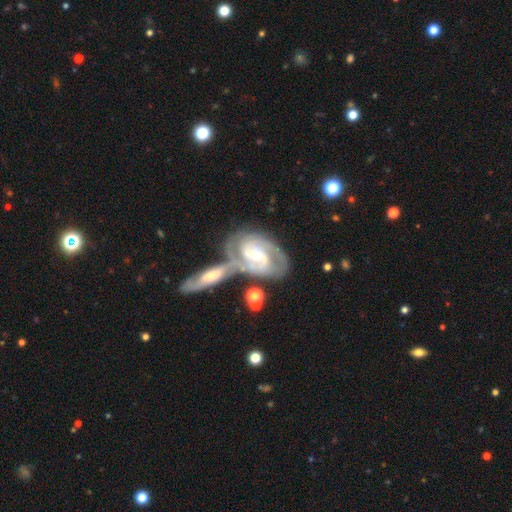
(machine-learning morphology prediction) Q: Smooth or featured?
A: featured or disk (87%); runner-up: smooth (9%)
Q: Edge-on disk?
A: no (95%); runner-up: yes (5%)
Q: Bar?
A: weak (45%); runner-up: no (32%)
Q: Spiral arms?
A: yes (96%); runner-up: no (4%)
Q: Spiral winding?
A: tight (50%); runner-up: medium (41%)
Q: Spiral arm count?
A: 2 (59%); runner-up: 3 (16%)
Q: Bulge size?
A: small (51%); runner-up: moderate (44%)
Q: Merging?
A: merger (43%); runner-up: none (36%)